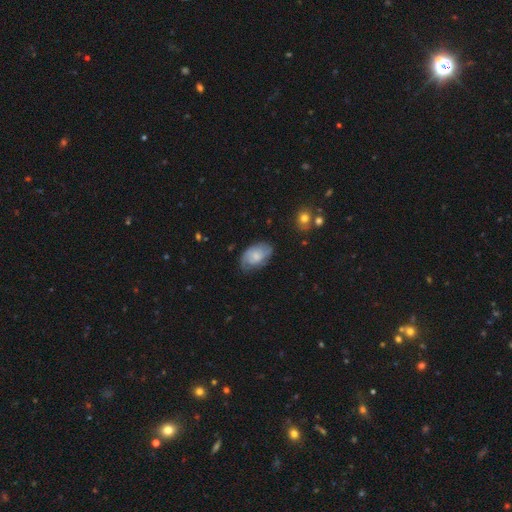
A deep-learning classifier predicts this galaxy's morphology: This is possibly a featured or disk galaxy (54%). It is clearly not viewed edge-on (95%). Bar: likely no (72%). Spiral arm pattern: clearly yes (83%). Central bulge: possibly small (50%). Merging: likely none (65%).